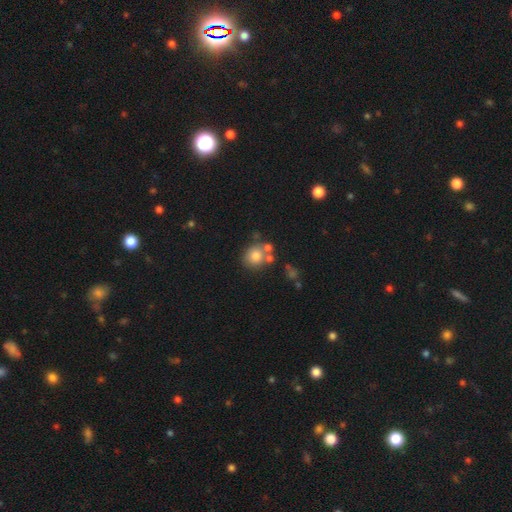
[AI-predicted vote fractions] A smooth galaxy with no disk features (75%) that is round (80%). Merging: none (57%).